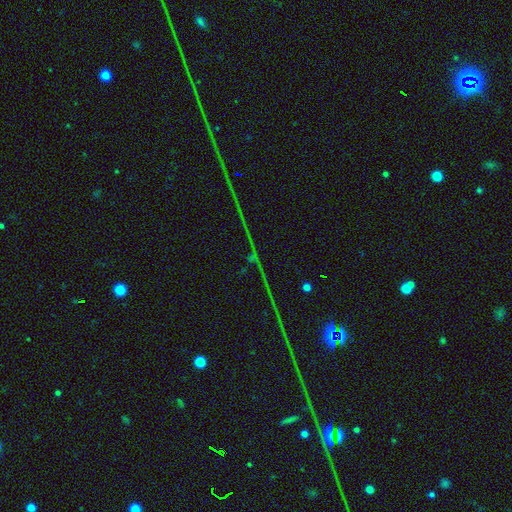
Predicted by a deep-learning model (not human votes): The model was most divided on "smooth or featured": star or artifact: 83%, smooth: 9%, featured or disk: 8%.